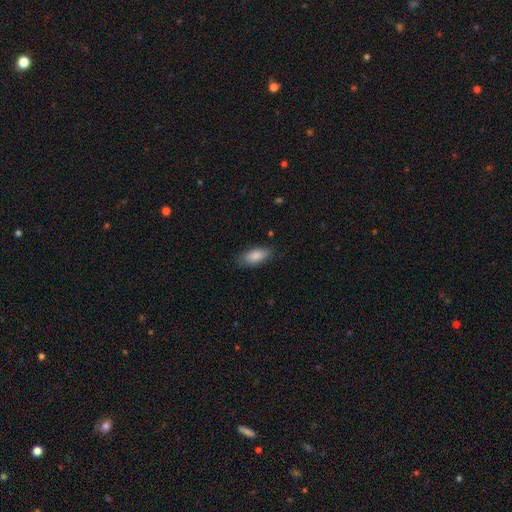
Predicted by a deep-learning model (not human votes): The model was most divided on "merging": none: 79%, minor disturbance: 16%, major disturbance: 3%, merger: 1%. More confident: how rounded — in between (87%); smooth or featured — smooth (87%).